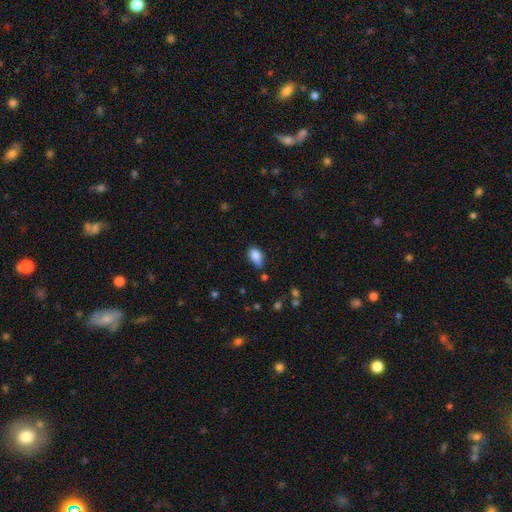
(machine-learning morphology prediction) Q: Smooth or featured?
A: smooth (84%); runner-up: star or artifact (9%)
Q: How rounded?
A: in between (85%); runner-up: round (12%)
Q: Merging?
A: none (47%); runner-up: minor disturbance (39%)